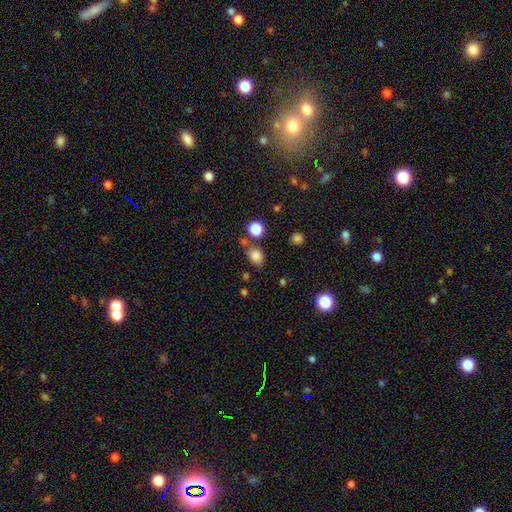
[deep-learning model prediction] The model was most divided on "how rounded": in between: 62%, round: 37%, cigar-shaped: 1%. More confident: smooth or featured — smooth (82%); merging — none (68%).